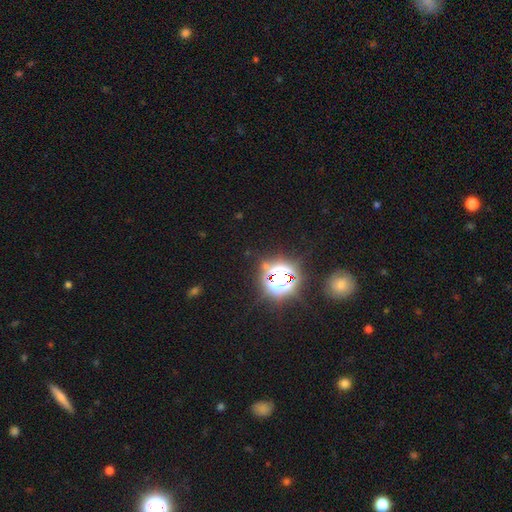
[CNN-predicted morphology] Q: Smooth or featured?
A: star or artifact (79%); runner-up: smooth (14%)